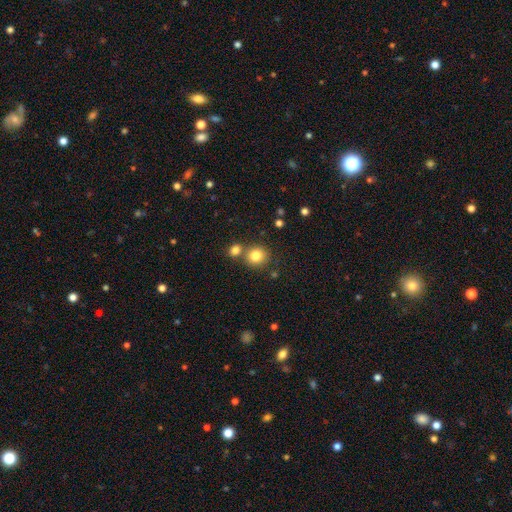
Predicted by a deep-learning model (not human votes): smooth 81%, star or artifact 11%, featured or disk 7%. Down the decision tree: how rounded — round (87%); merging — none (64%).